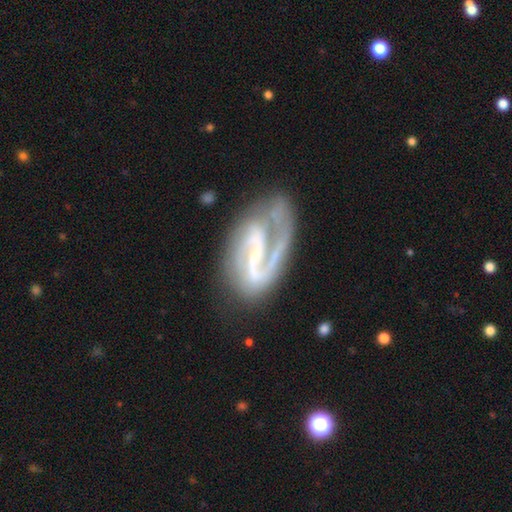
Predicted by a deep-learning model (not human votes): smooth-or-featured: featured or disk: 89% | smooth: 6% | star or artifact: 5%
  disk-edge-on: no: 97% | yes: 3%
    bar: weak: 41% | strong: 39% | no: 20%
    has-spiral-arms: yes: 96% | no: 4%
      spiral-winding: medium: 51% | tight: 26% | loose: 23%
      spiral-arm-count: 2: 70% | 1: 19% | can't tell: 5% | 3: 3% | 4: 1% | more than 4: 1%
    bulge-size: small: 57% | none: 21% | moderate: 18% | large: 2% | dominant: 1%
  merging: none: 59% | minor disturbance: 20% | major disturbance: 17% | merger: 4%